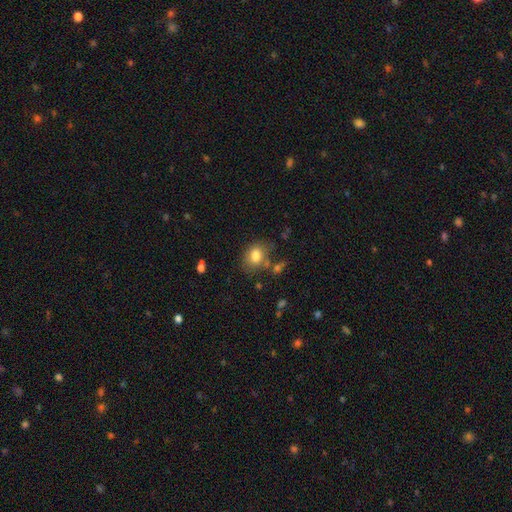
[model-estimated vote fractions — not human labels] Q: Smooth or featured?
A: smooth (79%); runner-up: featured or disk (11%)
Q: How rounded?
A: in between (58%); runner-up: round (41%)
Q: Merging?
A: none (66%); runner-up: minor disturbance (18%)